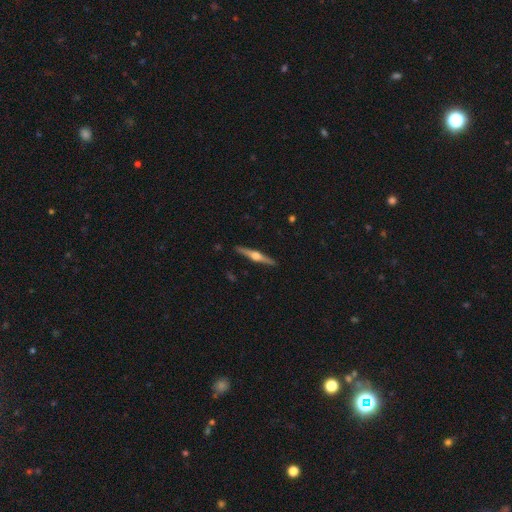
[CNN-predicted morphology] featured or disk 79%, smooth 16%, star or artifact 5%. Down the decision tree: edge-on disk — yes (98%); edge-on bulge — rounded (94%); merging — none (92%).